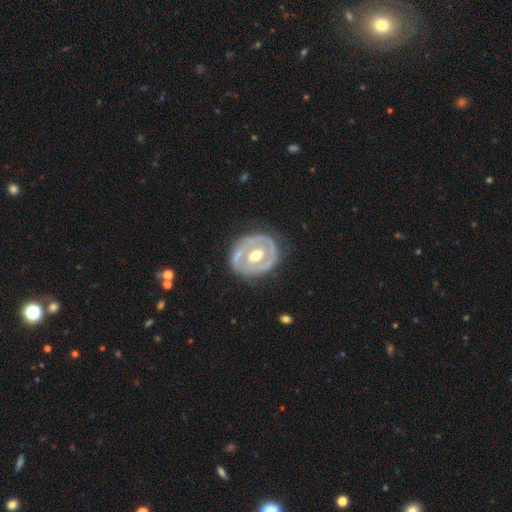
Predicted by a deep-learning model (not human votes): Smooth or featured? Predicted: featured or disk (p=0.71). Edge-on disk? Predicted: no (p=0.95). Bar? Predicted: no (p=0.60). Spiral arms? Predicted: no (p=0.70). Bulge size? Predicted: moderate (p=0.73). Merging? Predicted: none (p=0.67).